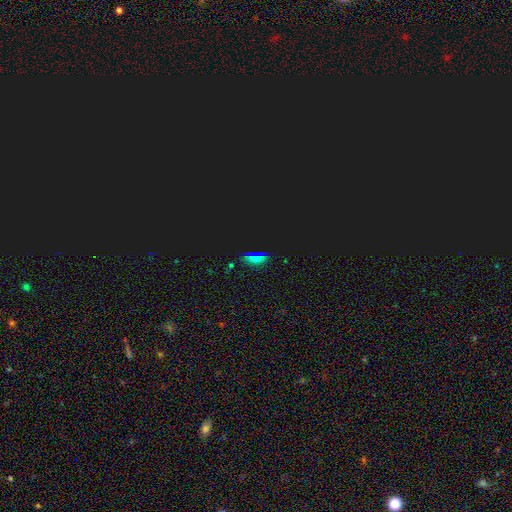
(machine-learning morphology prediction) smooth_or_featured: star or artifact (p=0.47) [alt: smooth p=0.41]